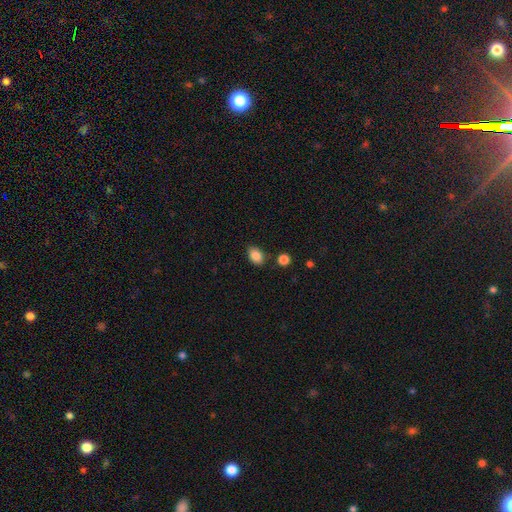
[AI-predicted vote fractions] smooth_or_featured: smooth (p=0.86) [alt: star or artifact p=0.09]
how_rounded: in between (p=0.81) [alt: round p=0.17]
merging: none (p=0.79) [alt: minor disturbance p=0.13]